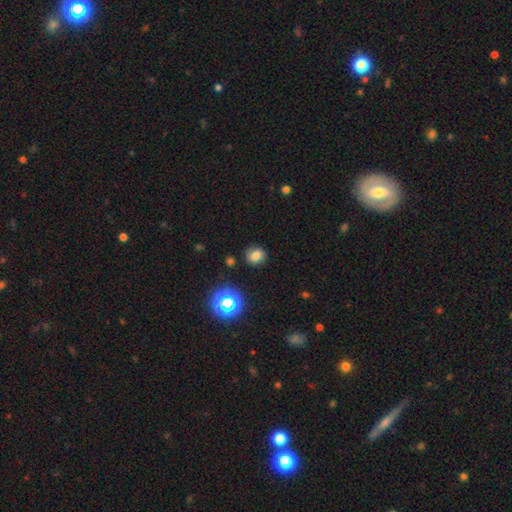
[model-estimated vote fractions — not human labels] This appears to be a smooth galaxy with no disk features (71%) that is round (71%). Merging: none (83%).